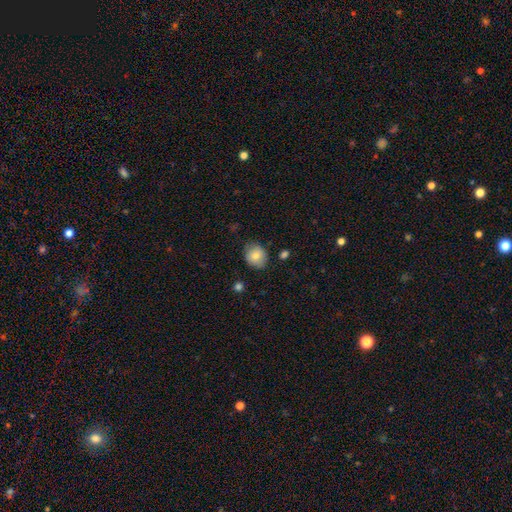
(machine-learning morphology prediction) The model was most divided on "how rounded": round: 69%, in between: 30%, cigar-shaped: 1%. More confident: merging — none (80%); smooth or featured — smooth (79%).